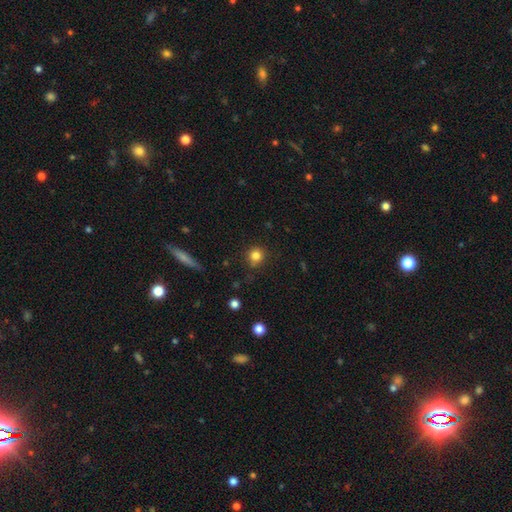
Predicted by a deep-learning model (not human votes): A smooth galaxy with no disk features (82%) that is round (90%).

Vote fractions:
- Smooth or featured? smooth: 82% / star or artifact: 12% / featured or disk: 6%
- How rounded? round: 90% / in between: 9% / cigar-shaped: 1%
- Merging? none: 82% / minor disturbance: 12% / major disturbance: 3% / merger: 2%